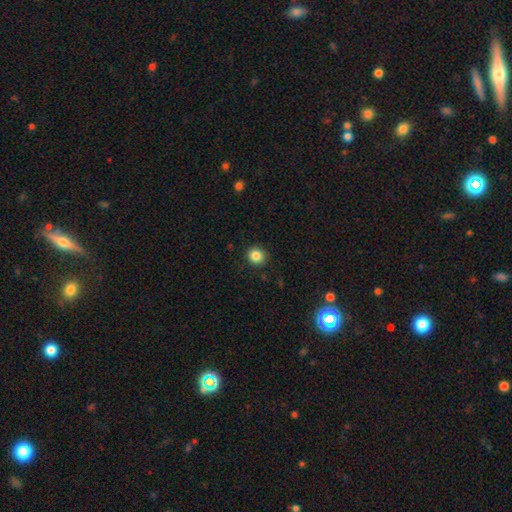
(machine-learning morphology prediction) This is clearly a smooth galaxy (84%). How rounded: clearly round (89%). Merging: clearly none (90%).